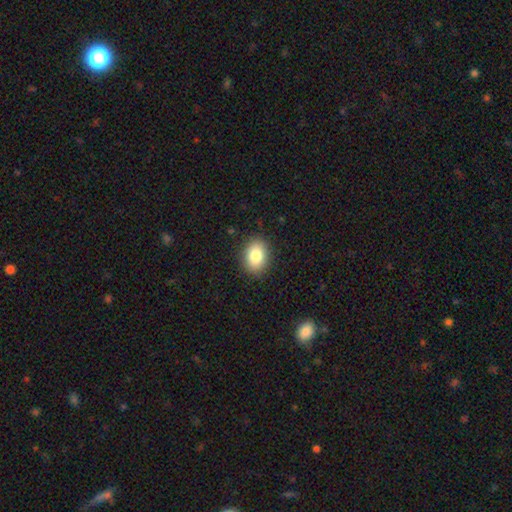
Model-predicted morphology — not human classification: smooth 83%, star or artifact 8%, featured or disk 8%. Down the decision tree: how rounded — in between (73%); merging — none (88%).